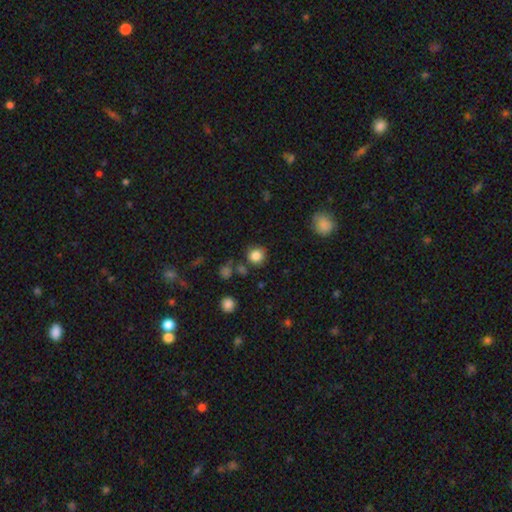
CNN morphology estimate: A smooth galaxy with no disk features (84%) that is round (90%). Merging: none (83%).